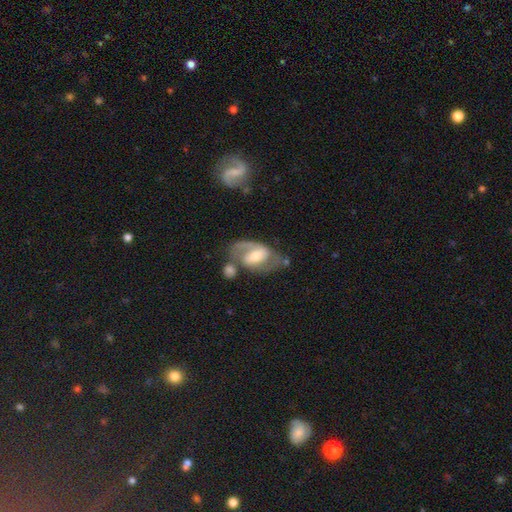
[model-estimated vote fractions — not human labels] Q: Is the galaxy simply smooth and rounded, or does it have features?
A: featured or disk — 79%.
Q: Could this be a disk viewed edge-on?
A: no — 95%.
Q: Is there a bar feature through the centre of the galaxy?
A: weak — 44%.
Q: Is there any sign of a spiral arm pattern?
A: yes — 89%.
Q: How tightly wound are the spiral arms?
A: medium — 52%.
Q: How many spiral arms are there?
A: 2 — 81%.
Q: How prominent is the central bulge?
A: moderate — 57%.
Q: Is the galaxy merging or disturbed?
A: none — 51%.